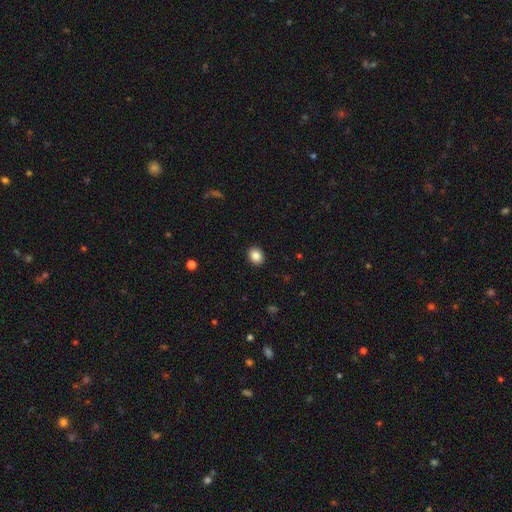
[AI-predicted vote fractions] The model was most divided on "how rounded": round: 56%, in between: 43%, cigar-shaped: 1%. More confident: merging — none (91%); smooth or featured — smooth (86%).